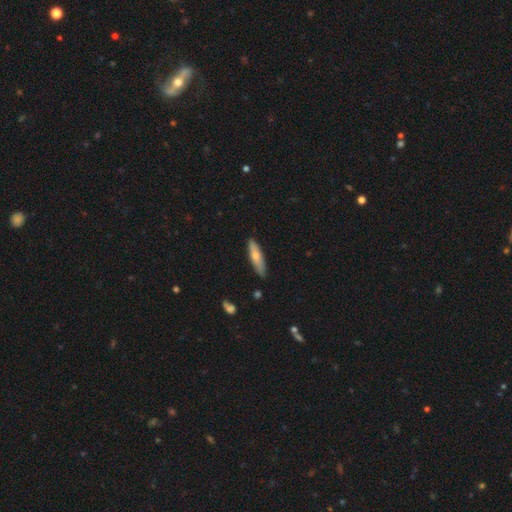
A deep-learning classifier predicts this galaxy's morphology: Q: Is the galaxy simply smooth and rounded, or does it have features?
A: smooth — 64%.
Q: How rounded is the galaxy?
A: cigar-shaped — 70%.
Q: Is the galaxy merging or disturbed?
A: none — 85%.